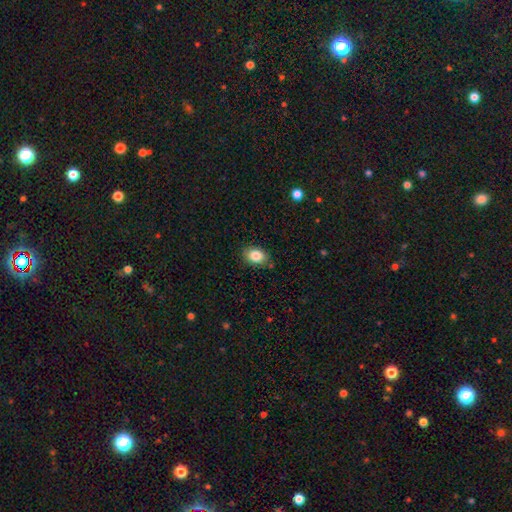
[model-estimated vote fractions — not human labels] Smooth or featured? Predicted: smooth (p=0.83). How rounded? Predicted: in between (p=0.76). Merging? Predicted: none (p=0.82).